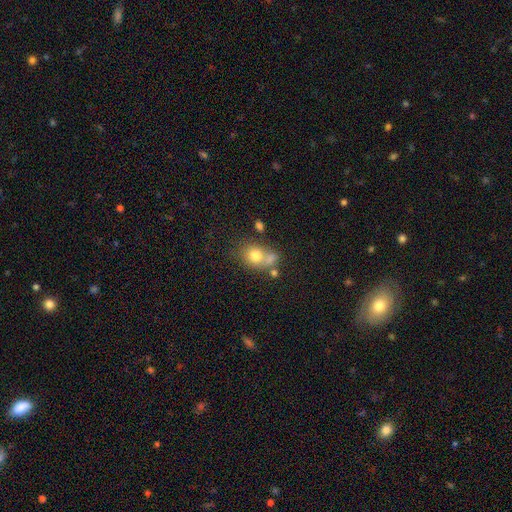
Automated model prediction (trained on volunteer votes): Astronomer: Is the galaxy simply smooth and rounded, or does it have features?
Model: smooth — 74%.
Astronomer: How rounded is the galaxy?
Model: round — 58% (runner-up: in between, 41%).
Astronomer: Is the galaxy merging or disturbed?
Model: none — 43% (runner-up: merger, 34%).